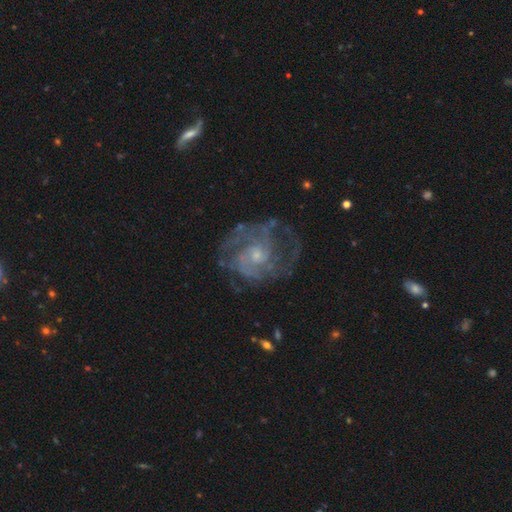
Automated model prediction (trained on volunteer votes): Smooth or featured? Predicted: featured or disk (p=0.86). Edge-on disk? Predicted: no (p=0.98). Bar? Predicted: no (p=0.70). Spiral arms? Predicted: yes (p=0.93). Spiral winding? Predicted: tight (p=0.46). Spiral arm count? Predicted: 2 (p=0.35). Bulge size? Predicted: small (p=0.69). Merging? Predicted: none (p=0.64).